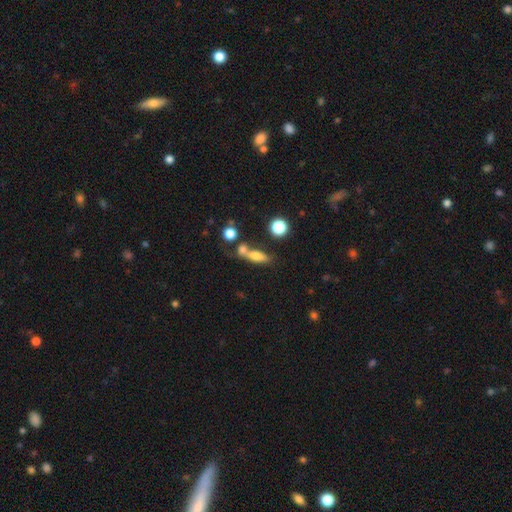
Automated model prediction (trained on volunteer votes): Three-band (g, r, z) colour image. It shows a smooth galaxy with no disk features (69%) that is in between round and cigar-shaped (52%). Merging: none (45%).